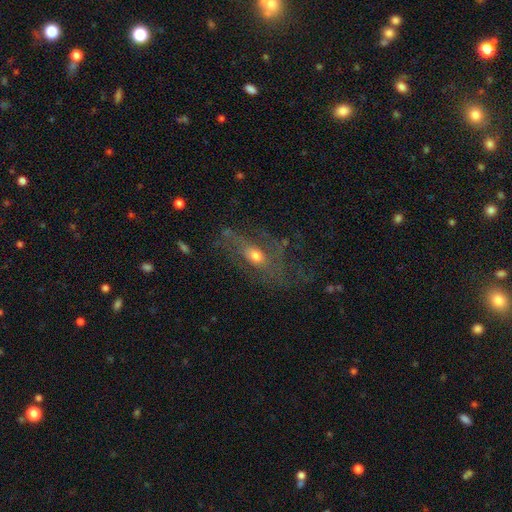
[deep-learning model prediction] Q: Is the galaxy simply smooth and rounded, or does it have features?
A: featured or disk — 58%.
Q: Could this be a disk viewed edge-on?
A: no — 87%.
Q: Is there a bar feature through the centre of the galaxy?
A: no — 77%.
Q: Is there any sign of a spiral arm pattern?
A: yes — 58%.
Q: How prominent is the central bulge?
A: moderate — 59%.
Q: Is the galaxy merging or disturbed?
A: none — 49%.